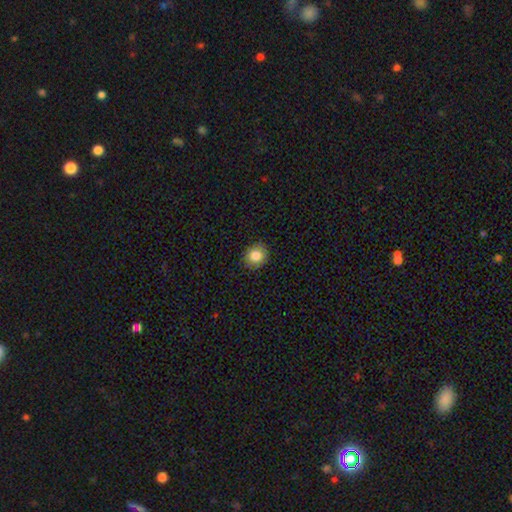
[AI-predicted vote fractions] A smooth galaxy with no disk features (83%) that is round (81%). Merging: none (86%).